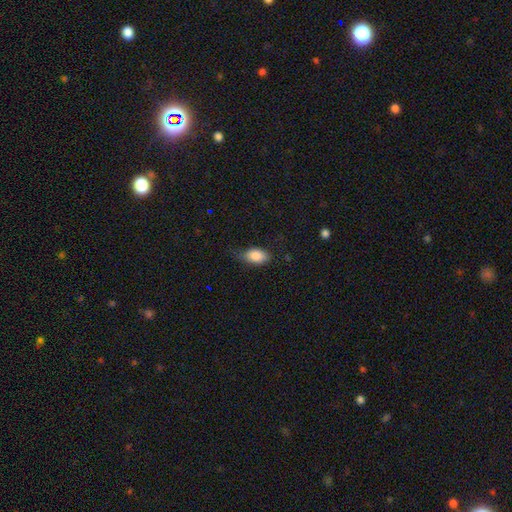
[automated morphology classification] Overall: smooth (85%). How rounded: in between (89%). Merging: none (62%; minor disturbance 29%).